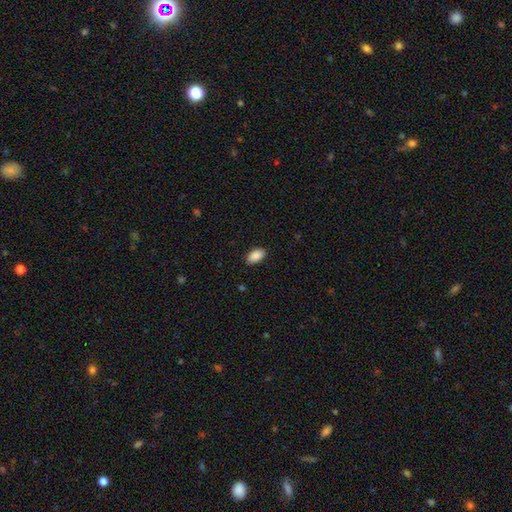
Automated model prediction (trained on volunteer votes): Morphology: type=smooth (90%); roundness=in between (94%); merging=none (87%).